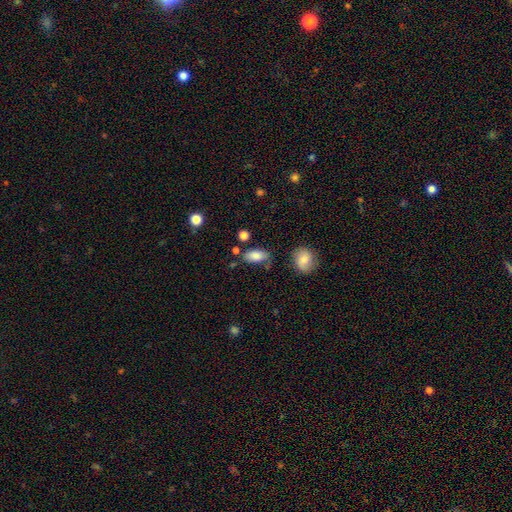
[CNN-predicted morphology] Smooth or featured? smooth (84%)
How rounded? in between (90%)
Merging? none (65%)